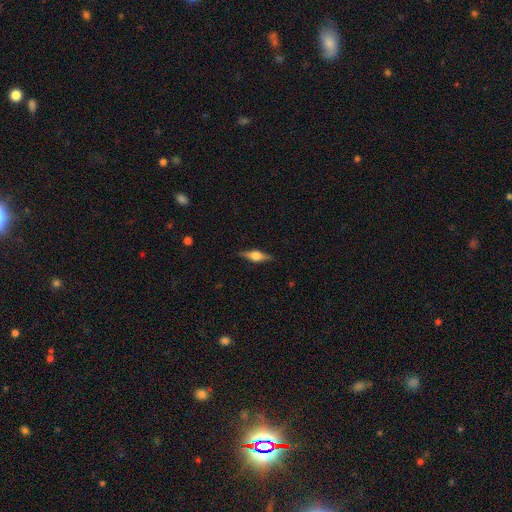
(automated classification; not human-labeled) featured or disk 64%, smooth 29%, star or artifact 7%. Down the decision tree: edge-on disk — yes (96%); edge-on bulge — rounded (89%); merging — none (88%).